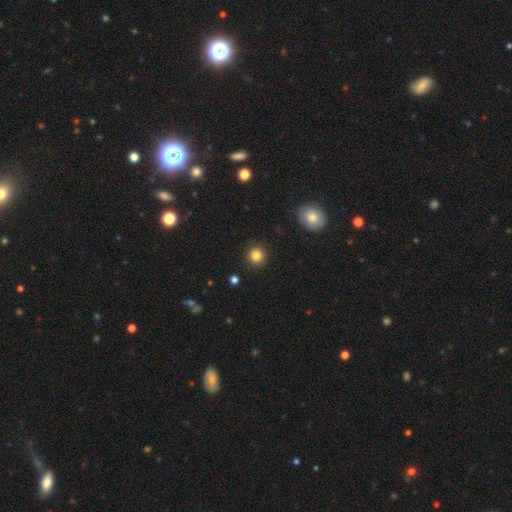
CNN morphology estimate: Smooth or featured? smooth (84%)
How rounded? round (93%)
Merging? none (91%)